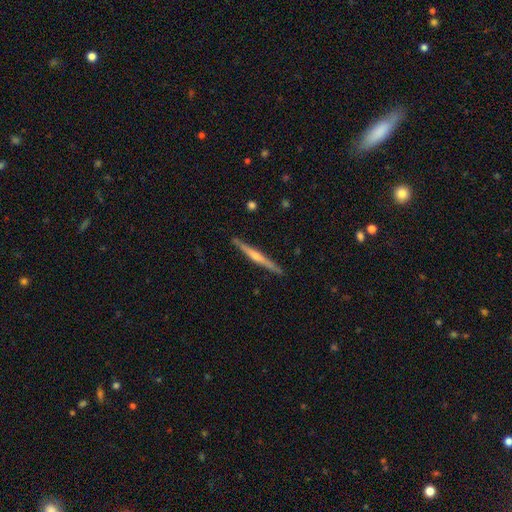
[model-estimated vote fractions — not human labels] A featured or disk galaxy (77%) viewed edge-on (98%) with a rounded central bulge (83%).

Vote fractions:
- Smooth or featured? featured or disk: 77% / smooth: 17% / star or artifact: 6%
- Edge-on disk? yes: 98% / no: 2%
- Edge-on bulge? rounded: 83% / none: 11% / boxy: 6%
- Merging? none: 90% / minor disturbance: 7% / major disturbance: 1% / merger: 1%